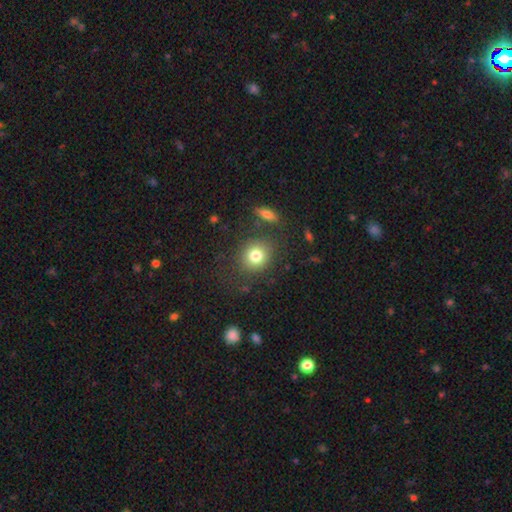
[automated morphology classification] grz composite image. It shows a smooth galaxy with no disk features (79%) that is round (75%). Merging: none (81%).